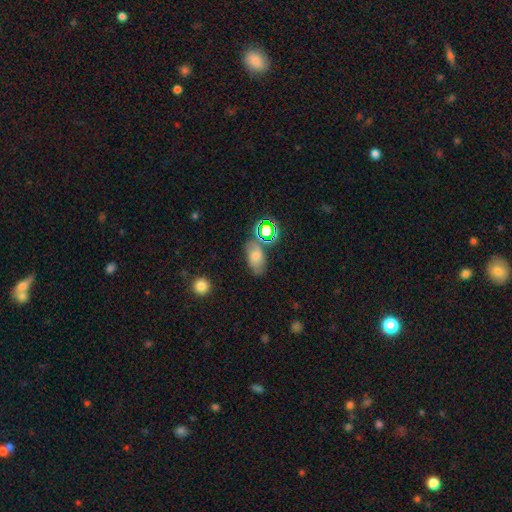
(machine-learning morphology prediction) A smooth galaxy with no disk features (56%) that is in between round and cigar-shaped (81%). Merging: none (69%).